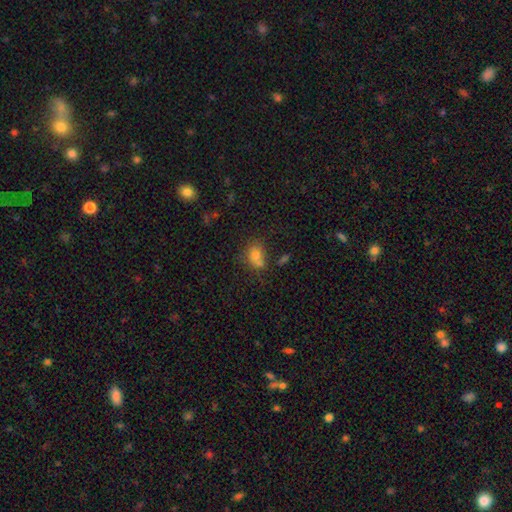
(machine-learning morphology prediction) A smooth galaxy with no disk features (74%) that is in between round and cigar-shaped (64%). Merging: none (45%).